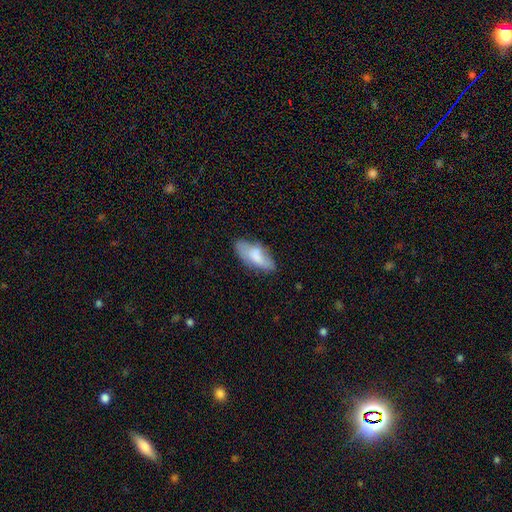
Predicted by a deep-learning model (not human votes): The model was most divided on "merging": none: 59%, minor disturbance: 28%, major disturbance: 9%, merger: 4%. More confident: how rounded — in between (80%); smooth or featured — smooth (70%).